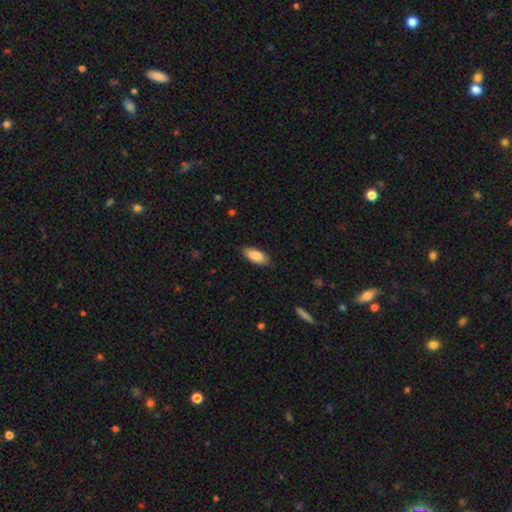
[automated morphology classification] A smooth galaxy with no disk features (89%) that is in between round and cigar-shaped (87%).

Vote fractions:
- Smooth or featured? smooth: 89% / star or artifact: 6% / featured or disk: 6%
- How rounded? in between: 87% / cigar-shaped: 11% / round: 2%
- Merging? none: 85% / minor disturbance: 12% / major disturbance: 2% / merger: 1%